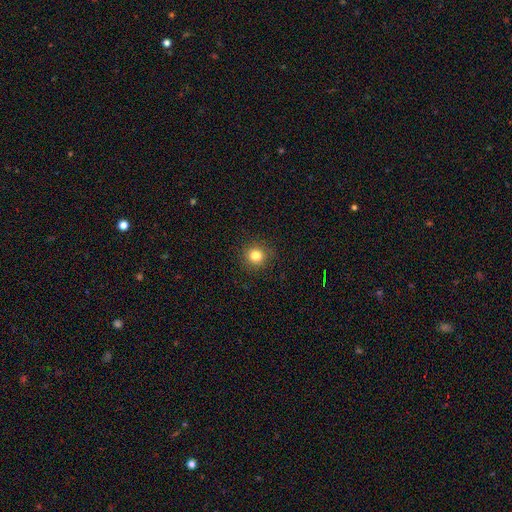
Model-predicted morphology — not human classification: A smooth galaxy with no disk features (83%) that is round (93%). Merging: none (91%).